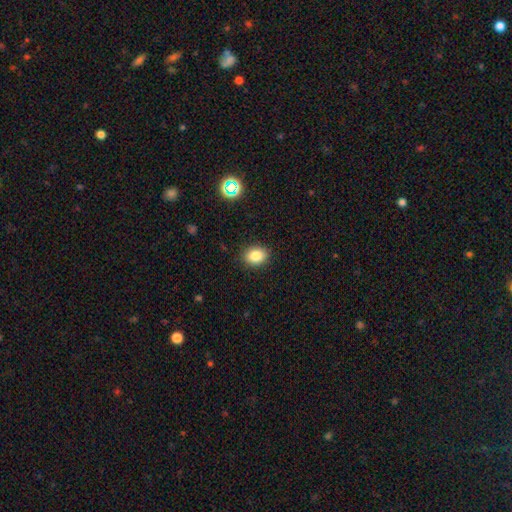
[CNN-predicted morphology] Q: Smooth or featured?
A: smooth (83%); runner-up: star or artifact (11%)
Q: How rounded?
A: in between (63%); runner-up: round (36%)
Q: Merging?
A: none (88%); runner-up: minor disturbance (9%)